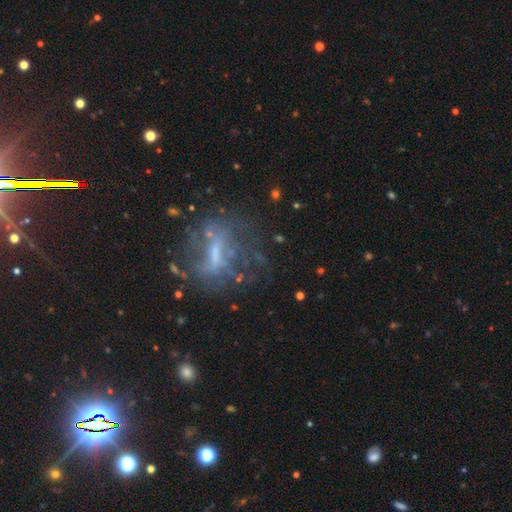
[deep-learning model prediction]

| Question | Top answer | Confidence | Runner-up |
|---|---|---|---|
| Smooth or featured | featured or disk | 50% | star or artifact (32%) |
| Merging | none | 60% | major disturbance (20%) |